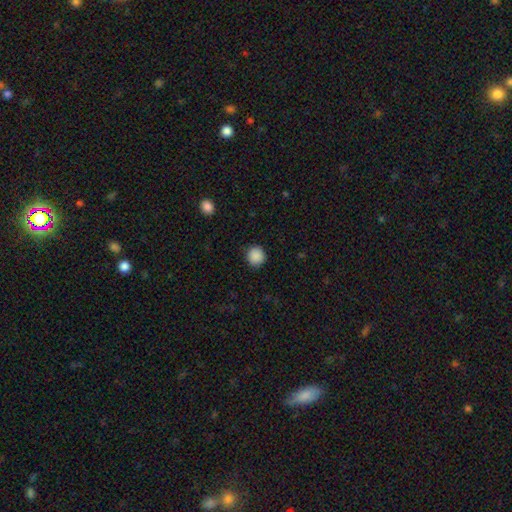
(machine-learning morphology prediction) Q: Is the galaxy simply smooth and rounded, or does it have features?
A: smooth — 89%.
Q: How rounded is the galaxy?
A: round — 92%.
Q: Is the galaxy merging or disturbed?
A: none — 90%.